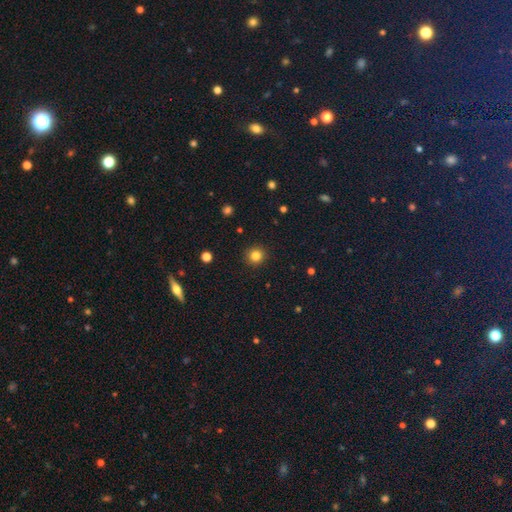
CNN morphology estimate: A smooth galaxy with no disk features (83%) that is round (93%).

Vote fractions:
- Smooth or featured? smooth: 83% / star or artifact: 12% / featured or disk: 5%
- How rounded? round: 93% / in between: 6% / cigar-shaped: 1%
- Merging? none: 92% / minor disturbance: 5% / major disturbance: 2% / merger: 1%